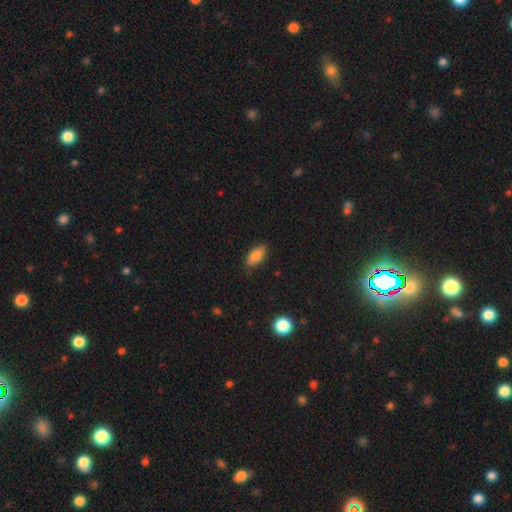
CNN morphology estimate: This appears to be a smooth galaxy with no disk features (84%) that is in between round and cigar-shaped (83%). Merging: none (84%).